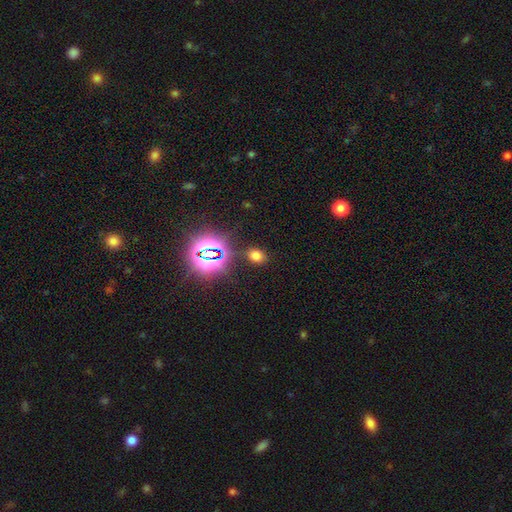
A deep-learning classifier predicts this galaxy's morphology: Overall: smooth (66%; star or artifact 27%). How rounded: in between (55%; round 44%). Merging: none (84%).